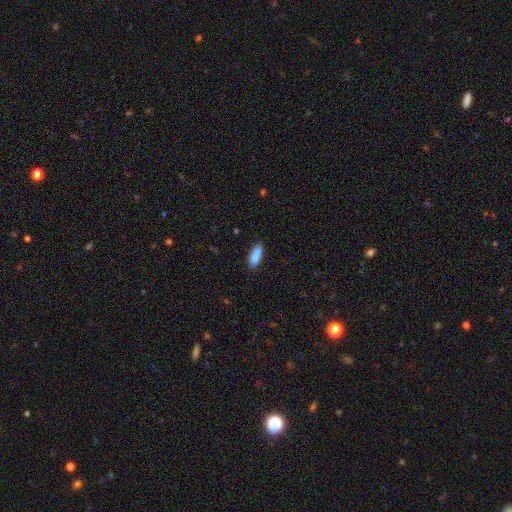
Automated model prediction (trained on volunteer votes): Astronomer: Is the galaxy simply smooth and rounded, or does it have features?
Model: smooth — 77%.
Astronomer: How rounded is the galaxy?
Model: in between — 63%.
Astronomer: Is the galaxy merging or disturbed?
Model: none — 50% (runner-up: merger, 29%).